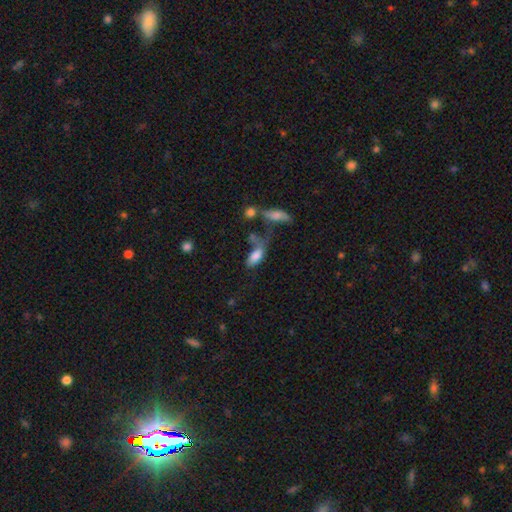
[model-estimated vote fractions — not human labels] A smooth galaxy with no disk features (75%) that is in between round and cigar-shaped (83%). Merging: merger (31%).